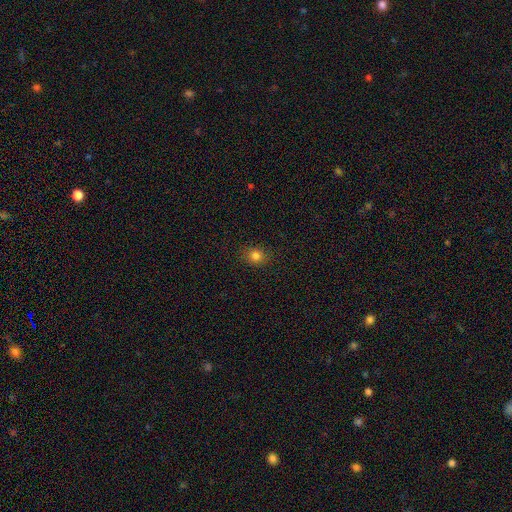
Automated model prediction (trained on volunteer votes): This is clearly a smooth galaxy (81%). How rounded: likely round (75%). Merging: clearly none (88%).